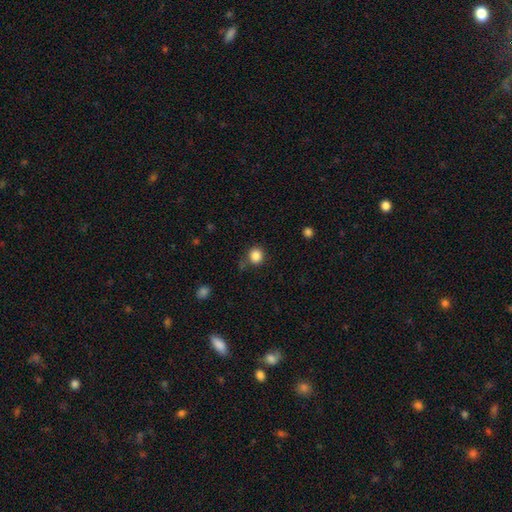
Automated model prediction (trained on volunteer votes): smooth 86%, star or artifact 10%, featured or disk 4%. Down the decision tree: how rounded — round (85%); merging — none (75%).